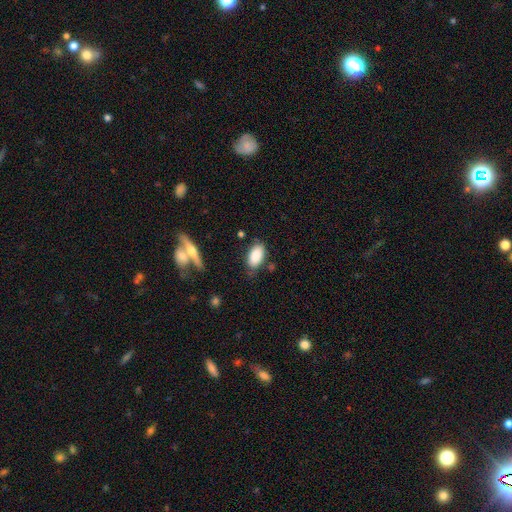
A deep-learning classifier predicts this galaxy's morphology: Overall: smooth (86%). How rounded: in between (94%). Merging: none (75%).